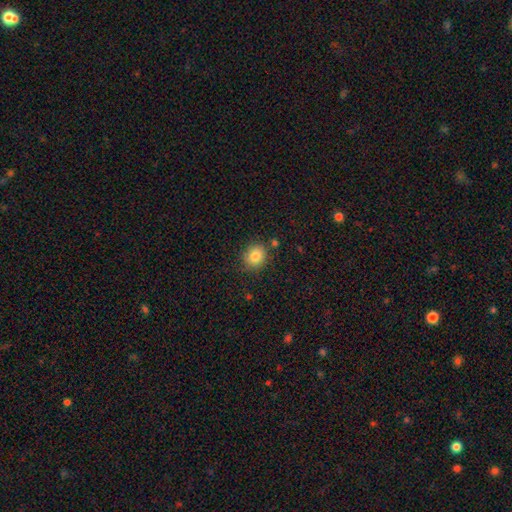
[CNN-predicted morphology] A smooth galaxy with no disk features (83%) that is round (79%).

Vote fractions:
- Smooth or featured? smooth: 83% / star or artifact: 10% / featured or disk: 7%
- How rounded? round: 79% / in between: 20% / cigar-shaped: 1%
- Merging? none: 82% / minor disturbance: 11% / merger: 4% / major disturbance: 3%